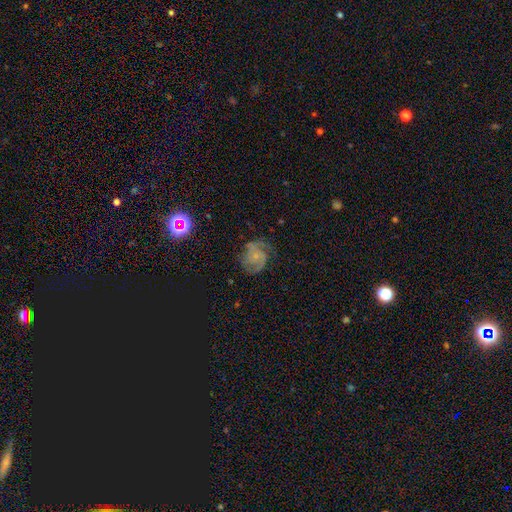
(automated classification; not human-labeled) smooth_or_featured: featured or disk (p=0.79) [alt: smooth p=0.13]
disk_edge_on: no (p=0.98) [alt: yes p=0.02]
bar: no (p=0.73) [alt: weak p=0.23]
has_spiral_arms: yes (p=0.95) [alt: no p=0.05]
spiral_winding: medium (p=0.48) [alt: tight p=0.36]
spiral_arm_count: 2 (p=0.65) [alt: 3 p=0.13]
bulge_size: small (p=0.71) [alt: none p=0.14]
merging: none (p=0.66) [alt: minor disturbance p=0.20]